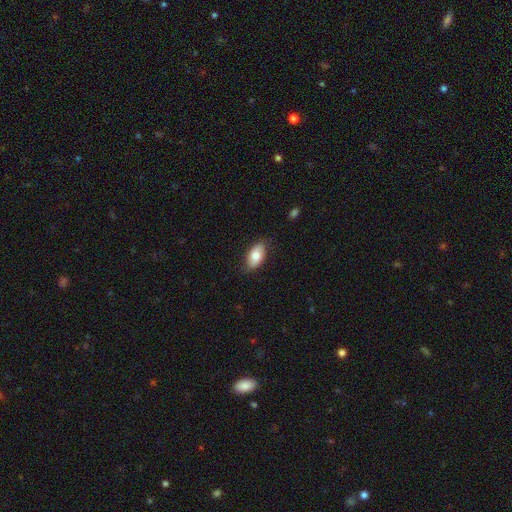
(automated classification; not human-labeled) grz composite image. It shows a smooth galaxy with no disk features (75%) that is in between round and cigar-shaped (93%). Merging: none (81%).